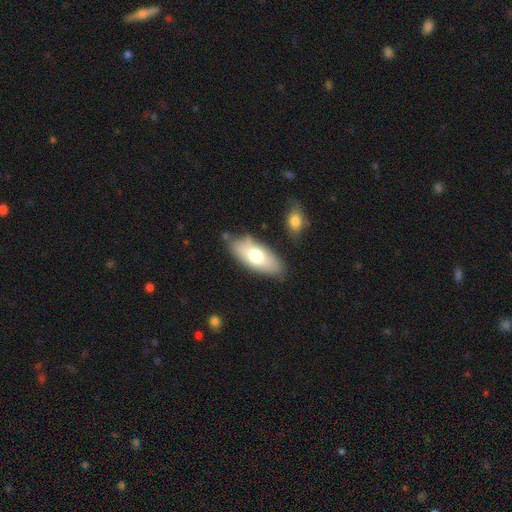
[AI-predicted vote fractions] This is likely a smooth galaxy (70%). How rounded: clearly in between (85%). Merging: likely none (75%).